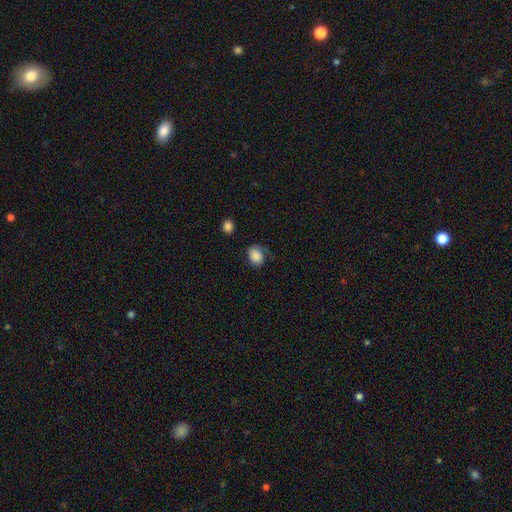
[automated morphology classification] Smooth or featured: smooth — 80% (featured or disk — 11%)
How rounded: in between — 70% (round — 29%)
Merging: none — 55% (minor disturbance — 27%)